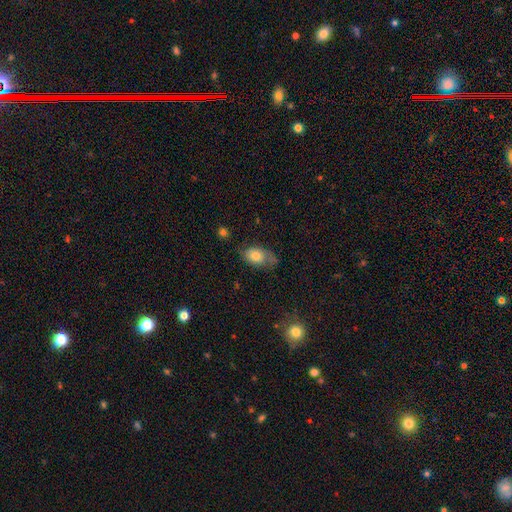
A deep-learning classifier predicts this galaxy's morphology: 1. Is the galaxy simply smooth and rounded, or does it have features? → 73% smooth, 18% featured or disk, 8% star or artifact.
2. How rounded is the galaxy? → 85% in between, 13% round, 2% cigar-shaped.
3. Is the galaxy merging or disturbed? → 50% none, 33% minor disturbance, 14% major disturbance, 3% merger.